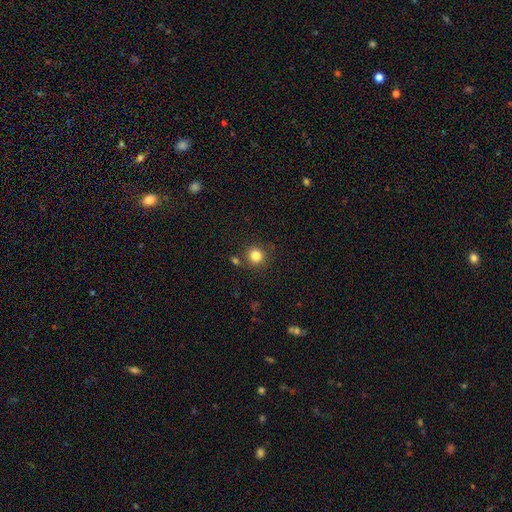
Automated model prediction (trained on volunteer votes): smooth 83%, star or artifact 12%, featured or disk 5%. Down the decision tree: how rounded — round (92%); merging — none (83%).